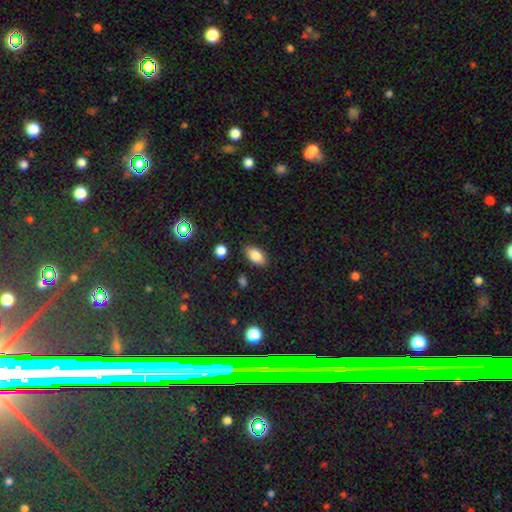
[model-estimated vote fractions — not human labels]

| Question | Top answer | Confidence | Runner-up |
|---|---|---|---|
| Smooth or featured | smooth | 84% | star or artifact (9%) |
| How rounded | in between | 91% | round (6%) |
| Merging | none | 85% | minor disturbance (11%) |